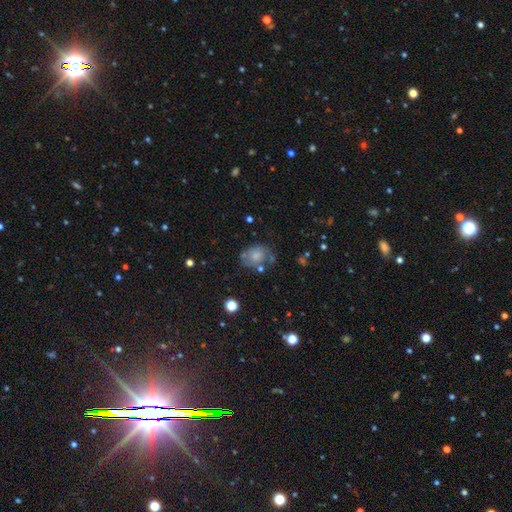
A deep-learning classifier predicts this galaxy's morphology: smooth_or_featured: smooth (p=0.45) [tied with: featured or disk p=0.45]
merging: none (p=0.49) [alt: minor disturbance p=0.26]